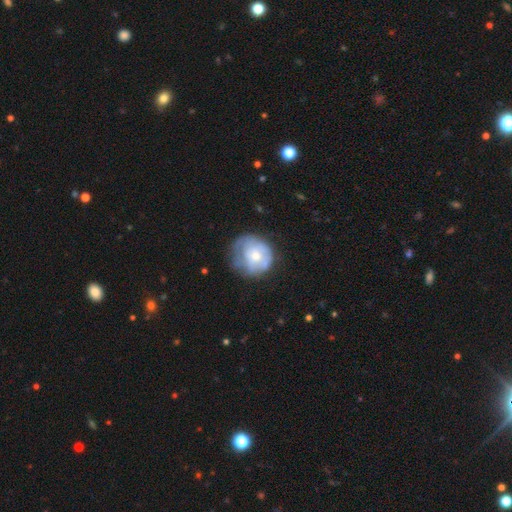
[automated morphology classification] A smooth galaxy with no disk features (49%). Merging: none (48%).